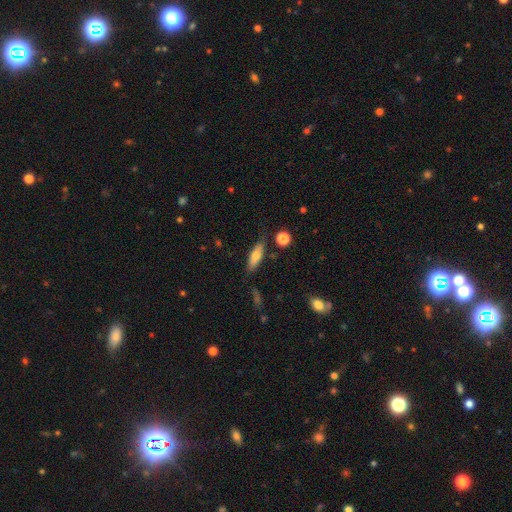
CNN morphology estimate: A smooth galaxy with no disk features (64%) that is cigar-shaped (55%). Merging: none (78%).